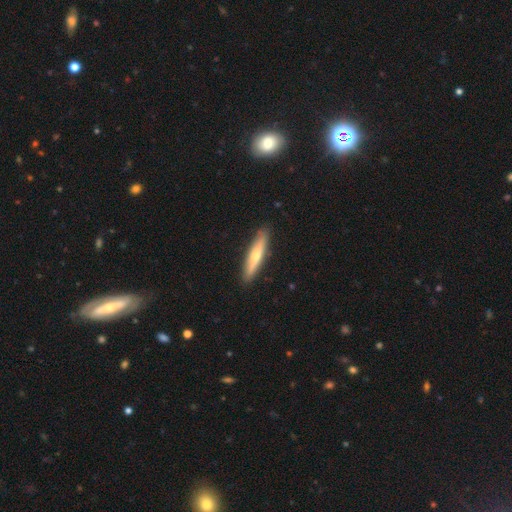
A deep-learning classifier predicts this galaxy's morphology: Overall: smooth (50%; featured or disk 44%). How rounded: cigar-shaped (87%). Merging: none (90%).